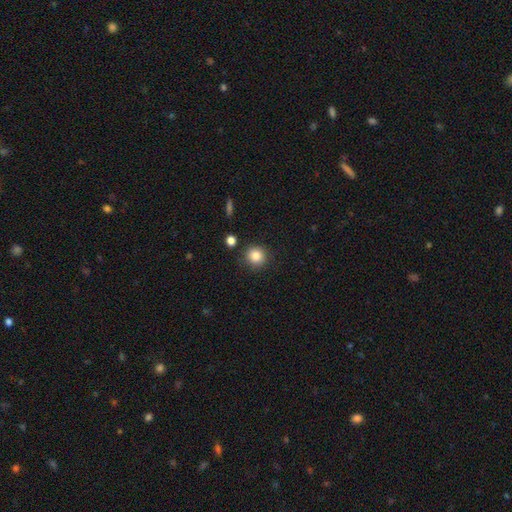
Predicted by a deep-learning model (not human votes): A smooth galaxy with no disk features (85%) that is round (91%). Merging: none (86%).